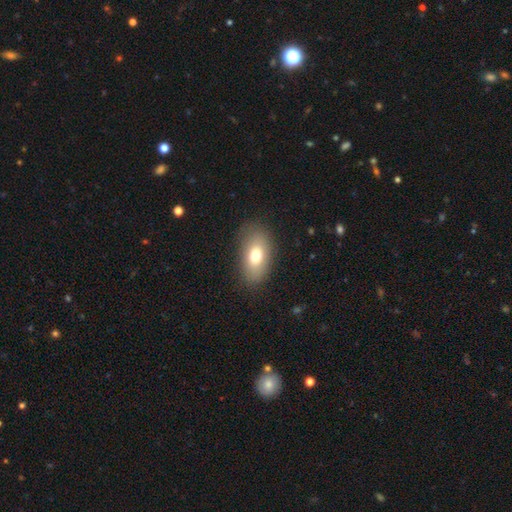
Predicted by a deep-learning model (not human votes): This appears to be a smooth galaxy with no disk features (73%) that is in between round and cigar-shaped (90%). Merging: none (83%).